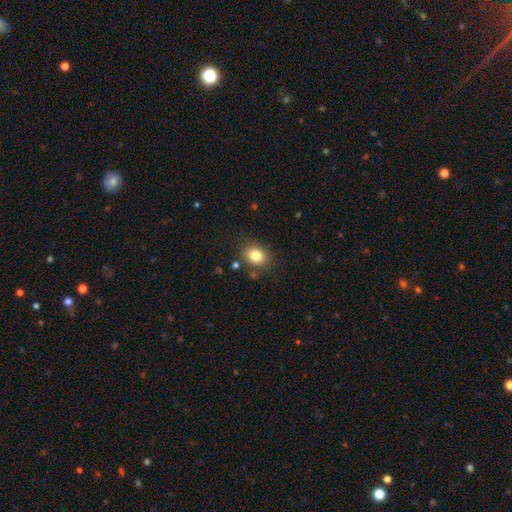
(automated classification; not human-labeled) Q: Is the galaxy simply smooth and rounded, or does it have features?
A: smooth — 82%.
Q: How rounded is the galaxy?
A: in between — 50%.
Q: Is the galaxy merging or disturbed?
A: none — 83%.